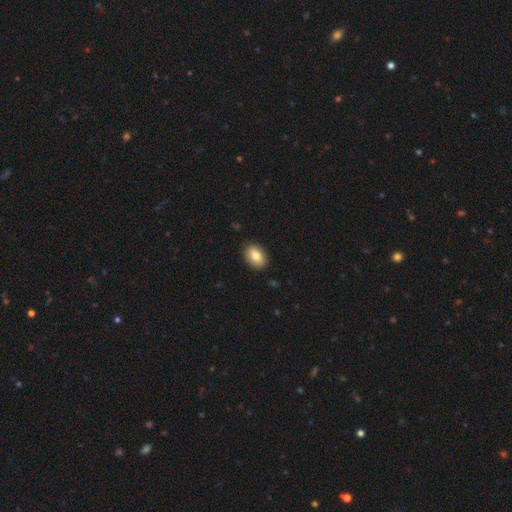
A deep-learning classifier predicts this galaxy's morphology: Smooth or featured: smooth — 84% (featured or disk — 9%)
How rounded: in between — 85% (round — 14%)
Merging: none — 89% (minor disturbance — 8%)